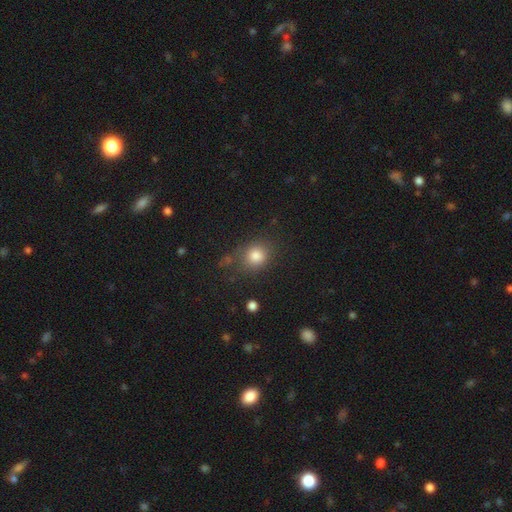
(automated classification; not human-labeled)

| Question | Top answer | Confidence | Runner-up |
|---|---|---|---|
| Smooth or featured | smooth | 81% | star or artifact (12%) |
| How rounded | round | 73% | in between (26%) |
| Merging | none | 73% | minor disturbance (16%) |